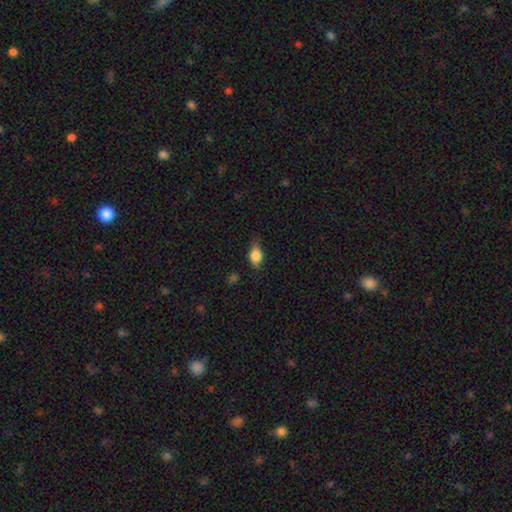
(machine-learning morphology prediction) A smooth galaxy with no disk features (78%) that is in between round and cigar-shaped (74%). Merging: none (66%).